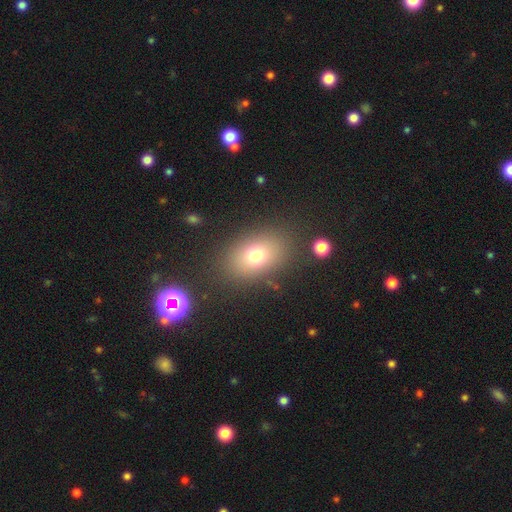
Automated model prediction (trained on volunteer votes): This is likely a smooth galaxy (75%). How rounded: likely in between (76%). Merging: clearly none (82%).